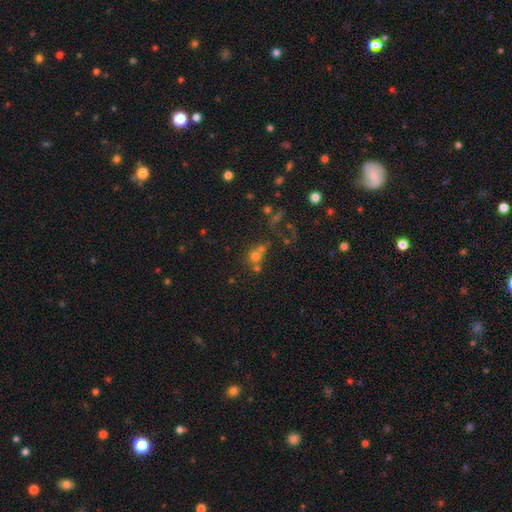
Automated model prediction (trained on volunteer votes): Smooth or featured? Predicted: smooth (p=0.63). How rounded? Predicted: round (p=0.84). Merging? Predicted: none (p=0.43, tied with merger).